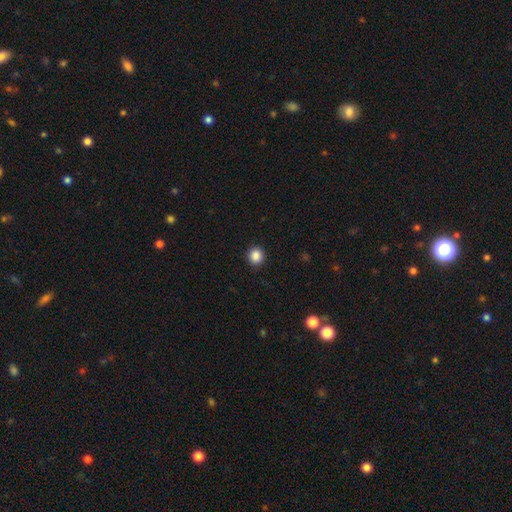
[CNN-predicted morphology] smooth_or_featured: smooth (p=0.87) [alt: star or artifact p=0.10]
how_rounded: round (p=0.92) [alt: in between p=0.07]
merging: none (p=0.92) [alt: minor disturbance p=0.05]